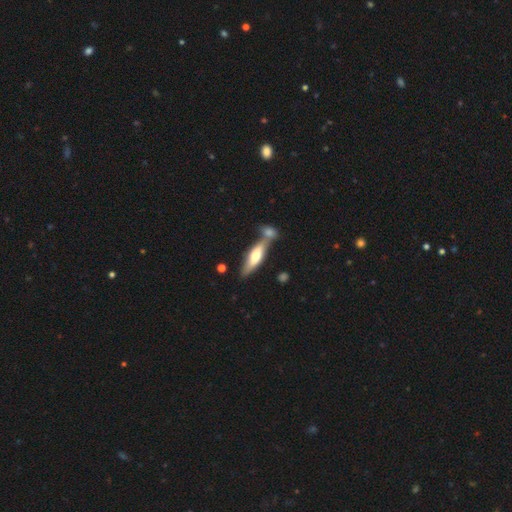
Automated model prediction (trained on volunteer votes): A smooth galaxy with no disk features (52%) that is cigar-shaped (60%).

Vote fractions:
- Smooth or featured? smooth: 52% / featured or disk: 42% / star or artifact: 6%
- How rounded? cigar-shaped: 60% / in between: 38% / round: 2%
- Merging? none: 50% / merger: 35% / minor disturbance: 11% / major disturbance: 4%